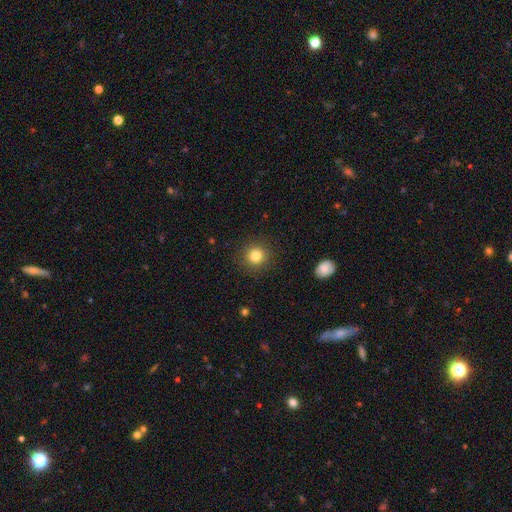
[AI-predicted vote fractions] Smooth or featured? smooth (82%)
How rounded? round (93%)
Merging? none (91%)